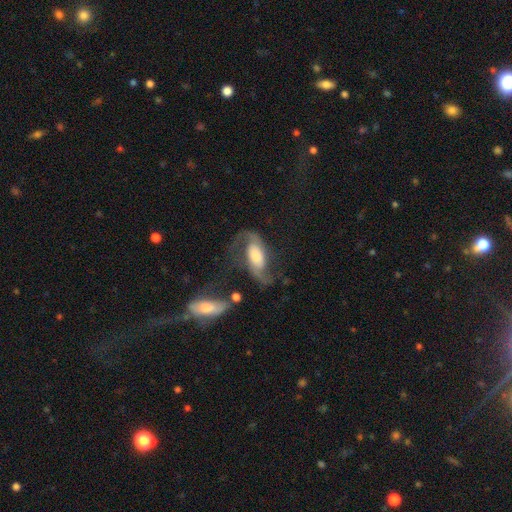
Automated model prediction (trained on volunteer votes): This is clearly a featured or disk galaxy (81%). It is clearly not viewed edge-on (93%). Bar: marginally no (40%). Spiral arm pattern: clearly yes (95%). Spiral arm count: clearly 2 (90%). Spiral winding: possibly loose (55%). Central bulge: marginally large (36%). Merging: possibly none (51%).